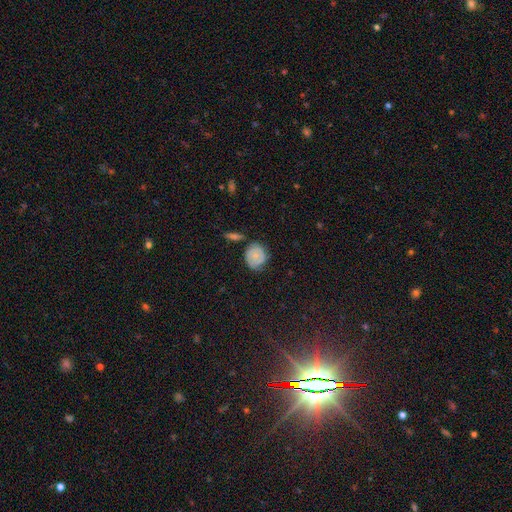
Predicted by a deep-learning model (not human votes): This is likely a smooth galaxy (61%). How rounded: likely round (69%). Merging: likely none (61%).